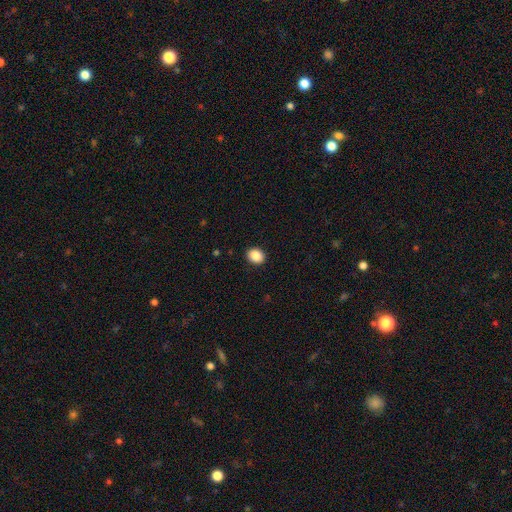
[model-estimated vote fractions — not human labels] smooth_or_featured: smooth (p=0.88) [alt: star or artifact p=0.08]
how_rounded: round (p=0.52) [alt: in between p=0.47]
merging: none (p=0.91) [alt: minor disturbance p=0.06]